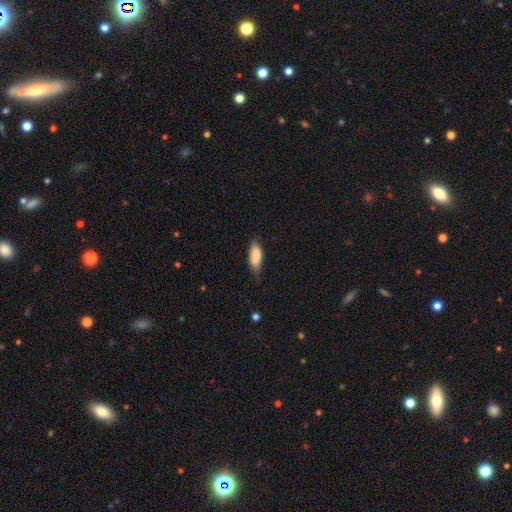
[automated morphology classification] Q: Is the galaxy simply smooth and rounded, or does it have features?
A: smooth — 85%.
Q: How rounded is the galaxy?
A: in between — 77%.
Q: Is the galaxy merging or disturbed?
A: none — 58%.